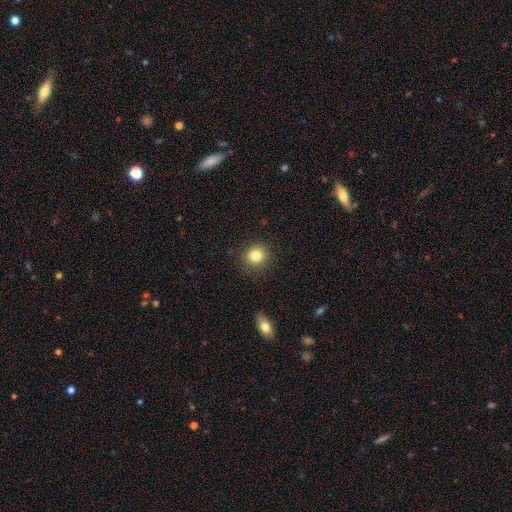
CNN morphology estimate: Overall: smooth (83%). How rounded: round (88%). Merging: none (88%).